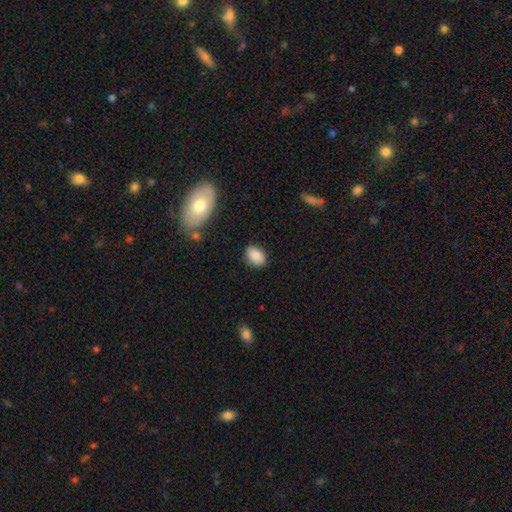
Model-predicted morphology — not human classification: type=smooth (87%); roundness=in between (82%); merging=none (82%).